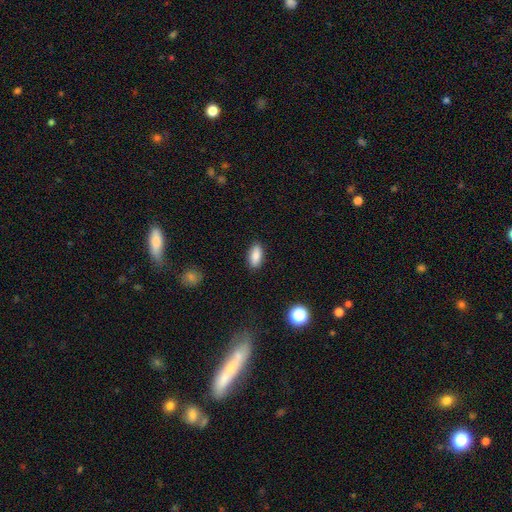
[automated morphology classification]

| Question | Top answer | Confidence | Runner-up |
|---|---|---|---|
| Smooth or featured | smooth | 87% | star or artifact (7%) |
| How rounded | in between | 87% | cigar-shaped (10%) |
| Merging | none | 88% | minor disturbance (9%) |